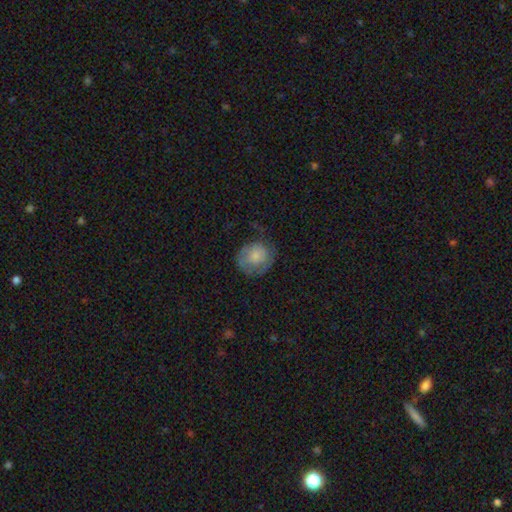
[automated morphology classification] Q: Smooth or featured?
A: smooth (67%); runner-up: featured or disk (26%)
Q: How rounded?
A: round (81%); runner-up: in between (18%)
Q: Merging?
A: none (57%); runner-up: minor disturbance (27%)